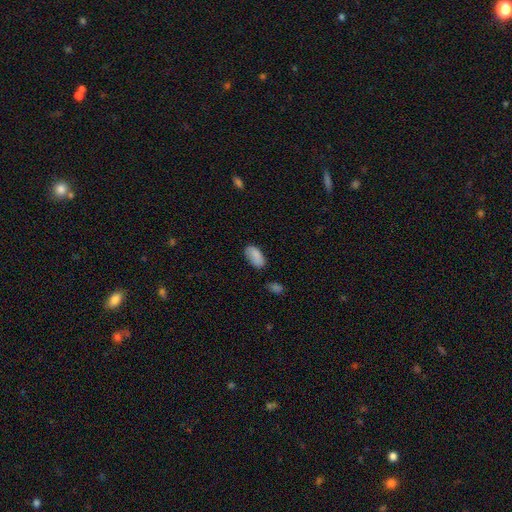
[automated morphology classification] A smooth galaxy with no disk features (86%) that is in between round and cigar-shaped (94%). Merging: none (72%).